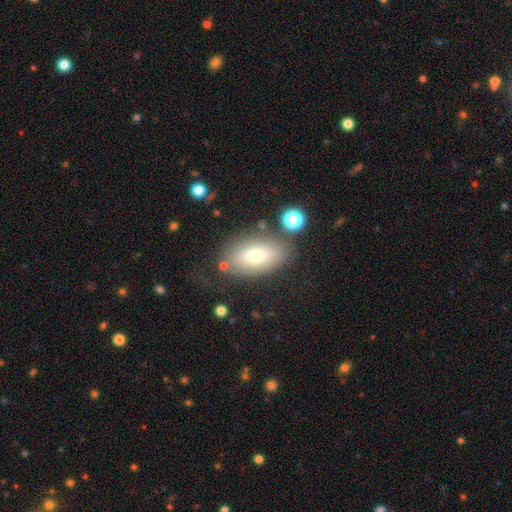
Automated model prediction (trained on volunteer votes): This appears to be a smooth galaxy with no disk features (68%) that is in between round and cigar-shaped (89%). Merging: none (71%).